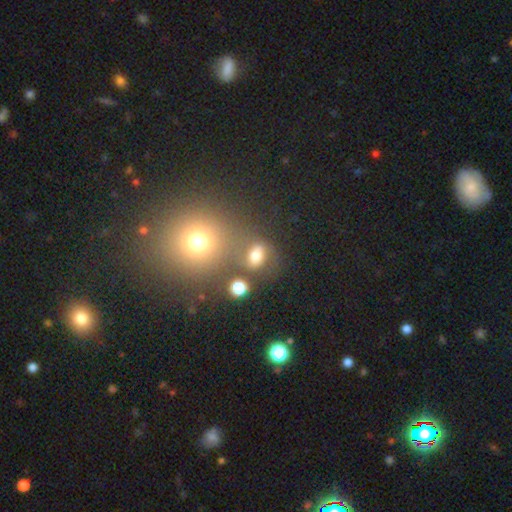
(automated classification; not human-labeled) The model was most divided on "how rounded": in between: 54%, round: 43%, cigar-shaped: 2%. More confident: smooth or featured — smooth (65%); merging — none (52%).